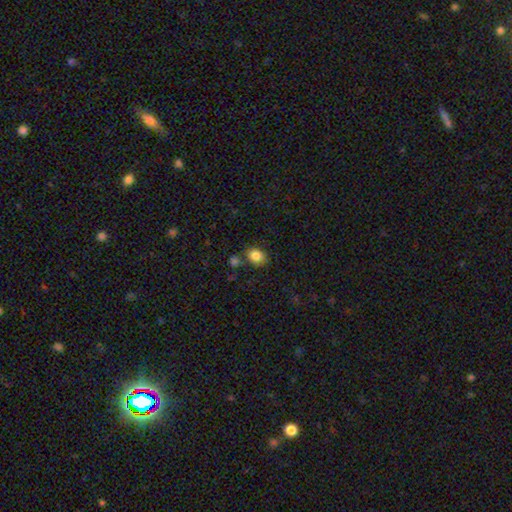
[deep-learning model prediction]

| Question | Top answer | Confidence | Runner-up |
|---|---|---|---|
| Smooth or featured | smooth | 85% | star or artifact (10%) |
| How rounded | in between | 53% | round (46%) |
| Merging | none | 72% | minor disturbance (14%) |